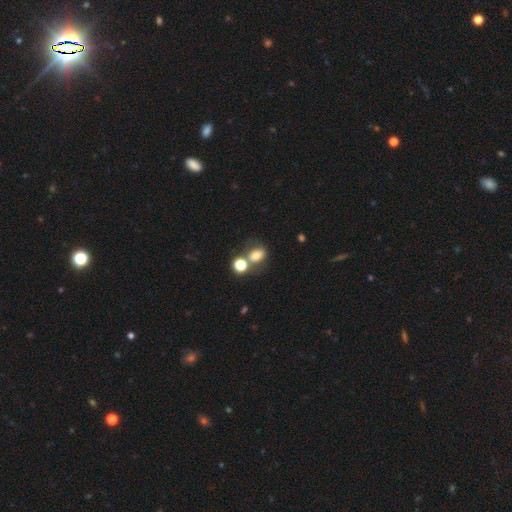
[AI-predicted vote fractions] A smooth galaxy with no disk features (74%) that is in between round and cigar-shaped (64%). Merging: none (46%).